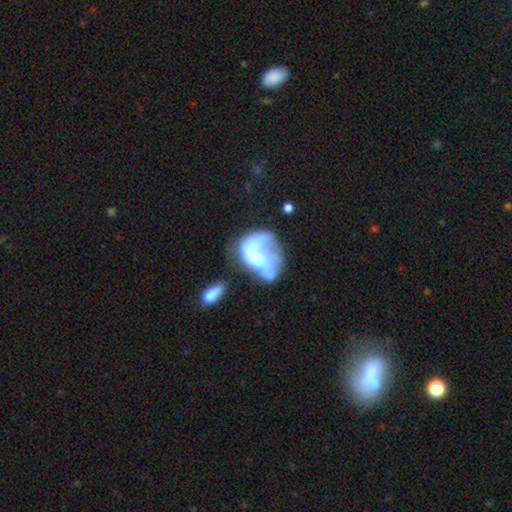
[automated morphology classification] featured or disk 61%, smooth 30%, star or artifact 8%. Down the decision tree: edge-on disk — no (98%); bar — no (70%); spiral arms — yes (51%); bulge size — moderate (40%); merging — major disturbance (36%).